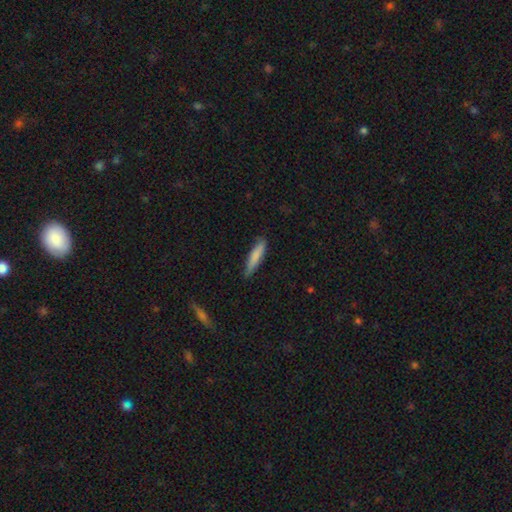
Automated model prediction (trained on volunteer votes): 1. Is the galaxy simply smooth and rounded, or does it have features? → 78% smooth, 16% featured or disk, 6% star or artifact.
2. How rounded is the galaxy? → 84% cigar-shaped, 15% in between, 1% round.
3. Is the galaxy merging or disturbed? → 78% none, 18% minor disturbance, 3% major disturbance, 1% merger.